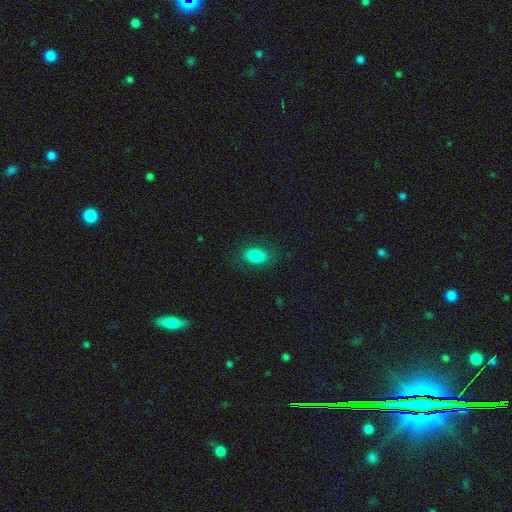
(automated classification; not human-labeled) This is clearly a smooth galaxy (84%). How rounded: clearly in between (85%). Merging: clearly none (83%).